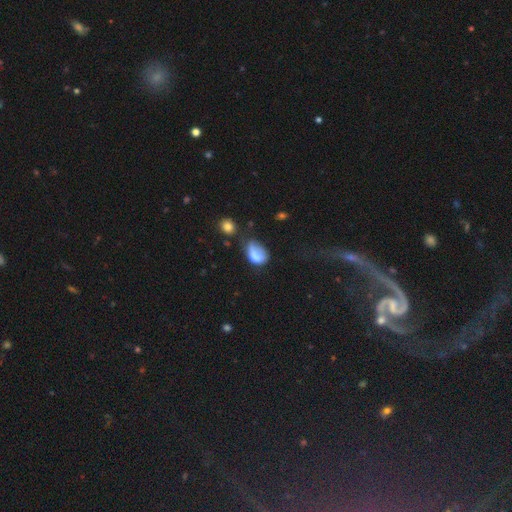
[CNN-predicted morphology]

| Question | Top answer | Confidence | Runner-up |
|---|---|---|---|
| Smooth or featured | smooth | 69% | featured or disk (21%) |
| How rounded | in between | 83% | round (15%) |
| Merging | major disturbance | 32% | minor disturbance (30%) |